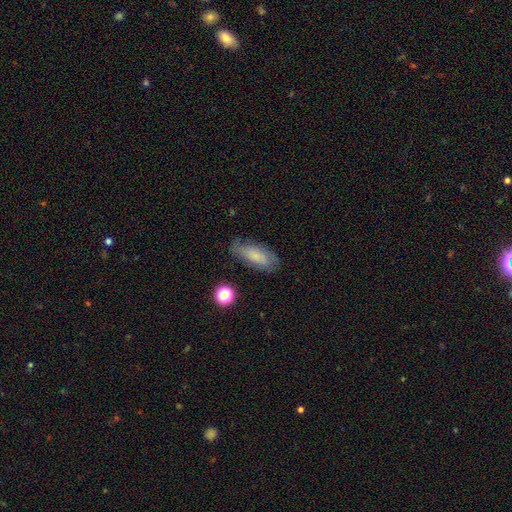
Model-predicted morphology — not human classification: The model was most divided on "merging": none: 68%, minor disturbance: 23%, major disturbance: 6%, merger: 2%. More confident: how rounded — in between (76%); smooth or featured — smooth (68%).